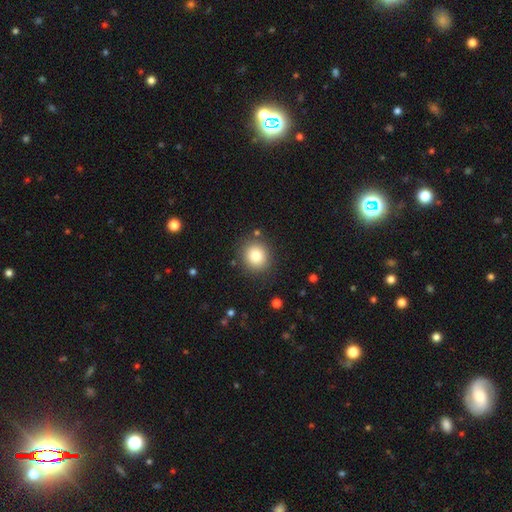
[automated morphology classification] This appears to be a smooth galaxy with no disk features (82%) that is round (83%). Merging: none (86%).